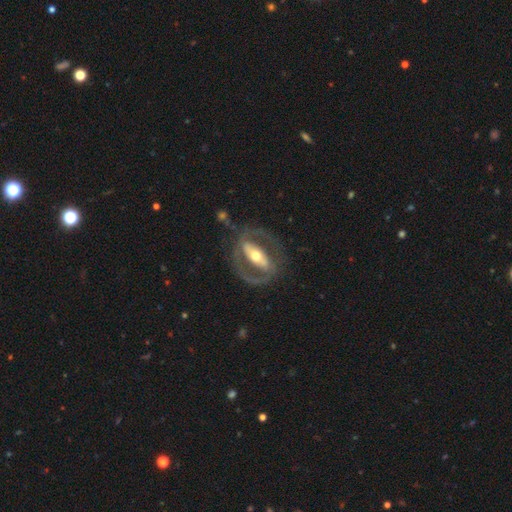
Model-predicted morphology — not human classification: A featured or disk galaxy (82%) with a strong bar (61%), spiral arms (64%) and a moderate central bulge (69%). Merging: none (69%).